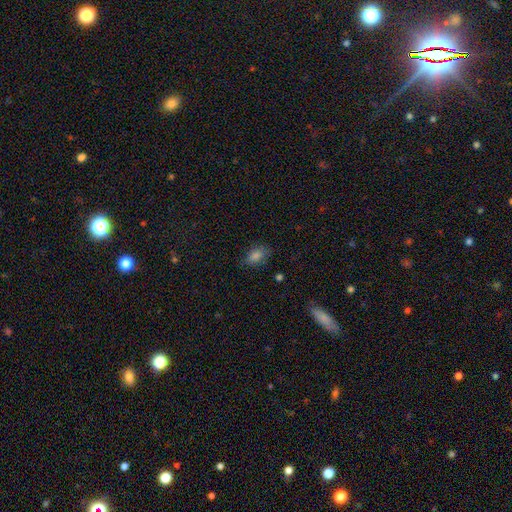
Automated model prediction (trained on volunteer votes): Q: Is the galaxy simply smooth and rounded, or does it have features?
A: smooth — 79%.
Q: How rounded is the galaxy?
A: in between — 83%.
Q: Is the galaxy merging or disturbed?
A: none — 78%.